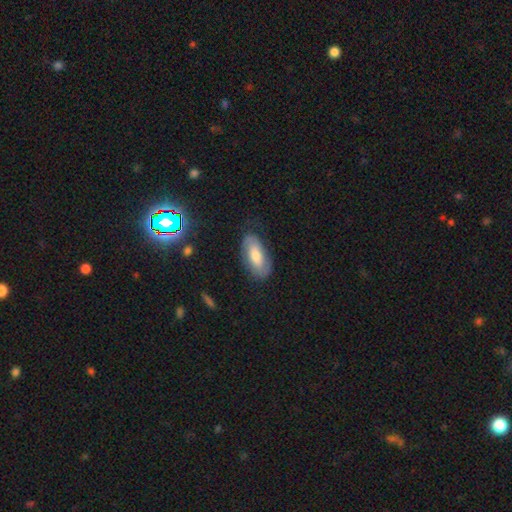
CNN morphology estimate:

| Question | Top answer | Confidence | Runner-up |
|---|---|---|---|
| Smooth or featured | smooth | 48% | featured or disk (42%) |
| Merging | none | 78% | minor disturbance (16%) |